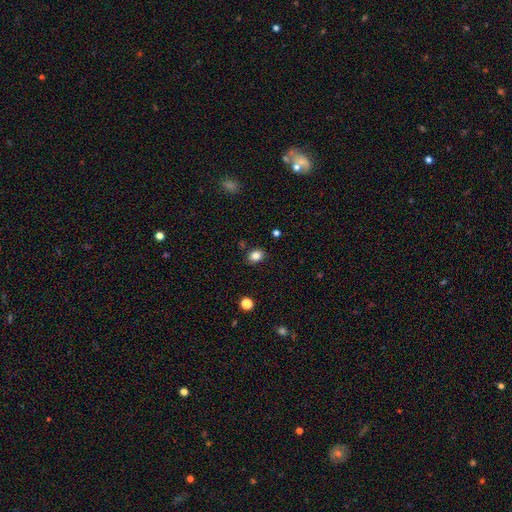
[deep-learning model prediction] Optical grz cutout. It shows a smooth galaxy with no disk features (84%) that is in between round and cigar-shaped (53%). Merging: none (85%).